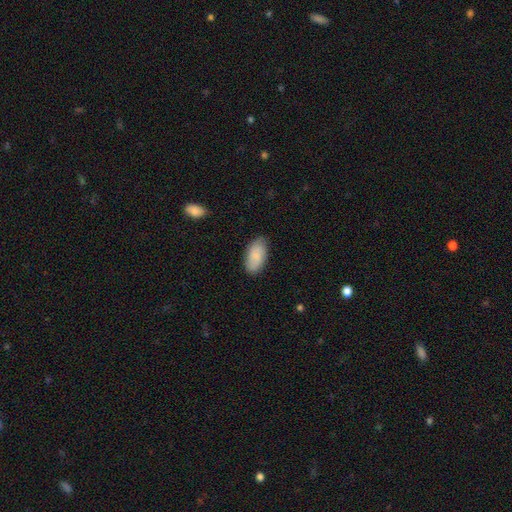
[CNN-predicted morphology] This appears to be a smooth galaxy with no disk features (84%) that is in between round and cigar-shaped (95%). Merging: none (80%).